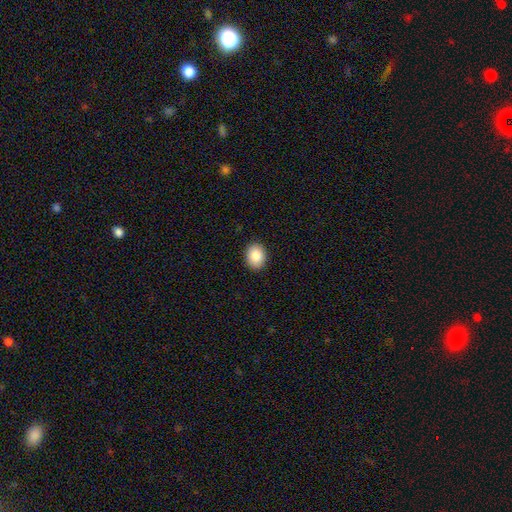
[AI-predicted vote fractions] Overall: smooth (86%). How rounded: in between (57%; round 42%). Merging: none (91%).